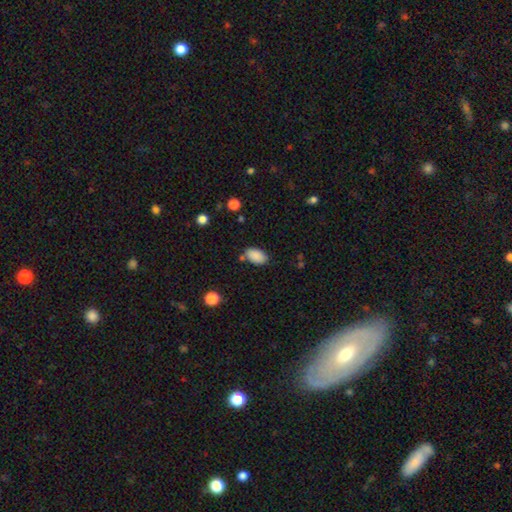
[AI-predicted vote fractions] smooth_or_featured: smooth (p=0.88) [alt: star or artifact p=0.08]
how_rounded: in between (p=0.94) [alt: round p=0.05]
merging: none (p=0.75) [alt: minor disturbance p=0.15]